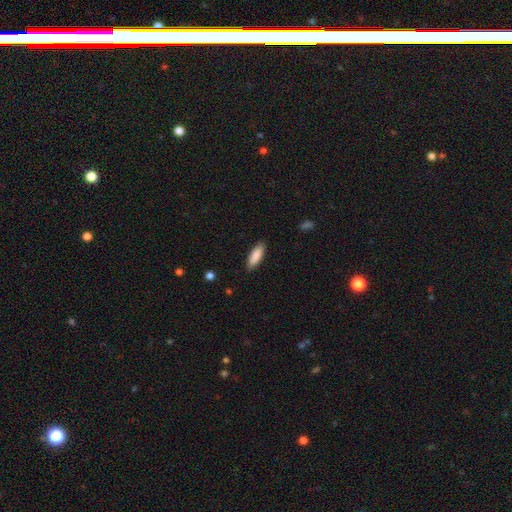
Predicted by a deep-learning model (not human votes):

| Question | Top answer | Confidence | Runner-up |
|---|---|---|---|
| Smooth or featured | smooth | 87% | featured or disk (8%) |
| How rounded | in between | 56% | cigar-shaped (43%) |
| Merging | none | 87% | minor disturbance (10%) |